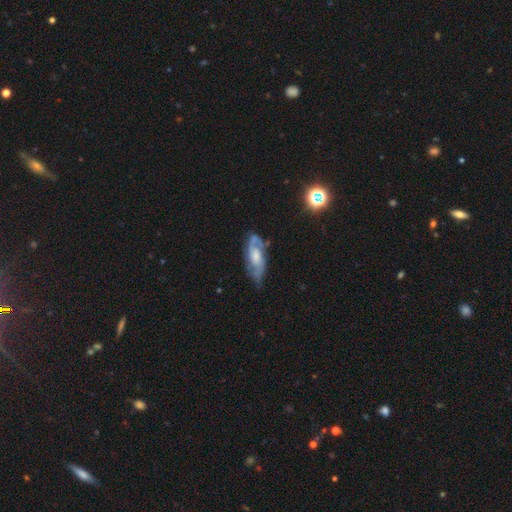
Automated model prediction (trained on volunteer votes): Morphology: type=featured or disk (75%); edge-on=no (90%); bar=no (60%); spiral arms=yes (92%); winding=medium (47%); arm count=2 (65%); bulge=moderate (42%); merging=none (64%).